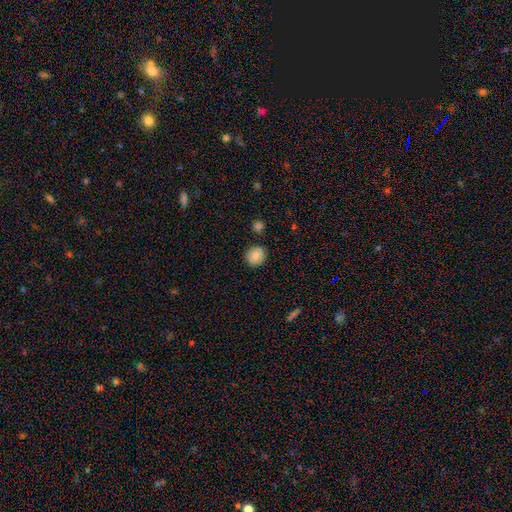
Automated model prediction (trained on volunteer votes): This appears to be a smooth galaxy with no disk features (88%) that is round (85%). Merging: none (88%).